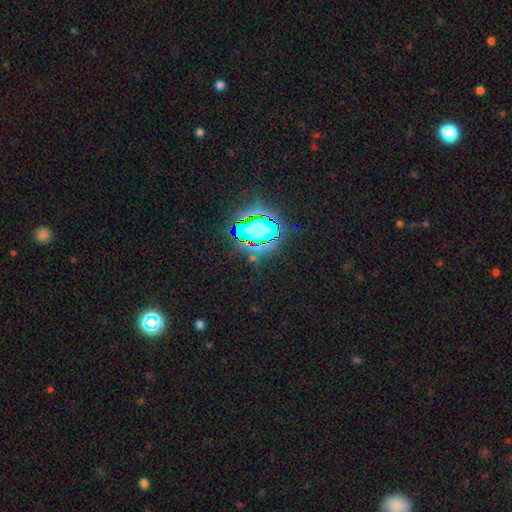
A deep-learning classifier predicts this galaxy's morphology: This appears to be a star or artifact, not a galaxy (65%).